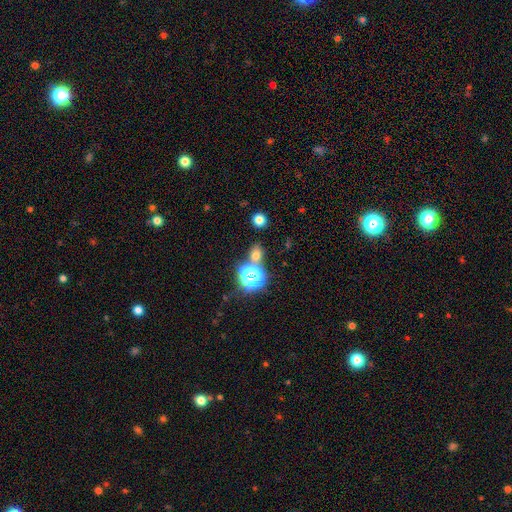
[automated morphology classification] smooth-or-featured: smooth: 58% | star or artifact: 35% | featured or disk: 8%
  how-rounded: round: 60% | in between: 38% | cigar-shaped: 2%
  merging: none: 71% | merger: 16% | minor disturbance: 9% | major disturbance: 4%